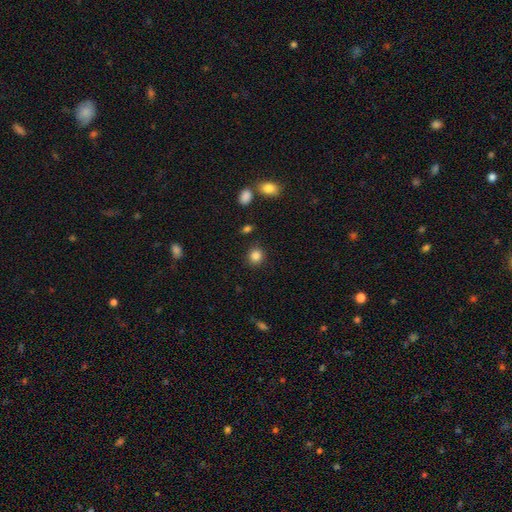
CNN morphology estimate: smooth-or-featured: smooth: 85% | star or artifact: 11% | featured or disk: 4%
  how-rounded: round: 84% | in between: 15% | cigar-shaped: 1%
  merging: none: 89% | minor disturbance: 7% | major disturbance: 2% | merger: 2%